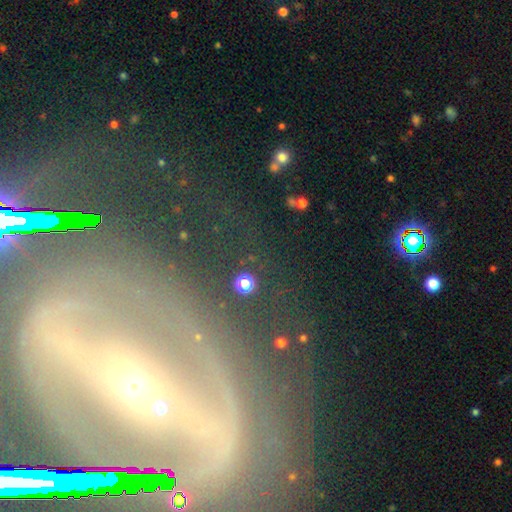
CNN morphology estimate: type=featured or disk (78%); edge-on=no (92%); bar=strong (68%); spiral arms=yes (81%); winding=tight (46%); arm count=2 (63%); bulge=small (70%); merging=none (69%).